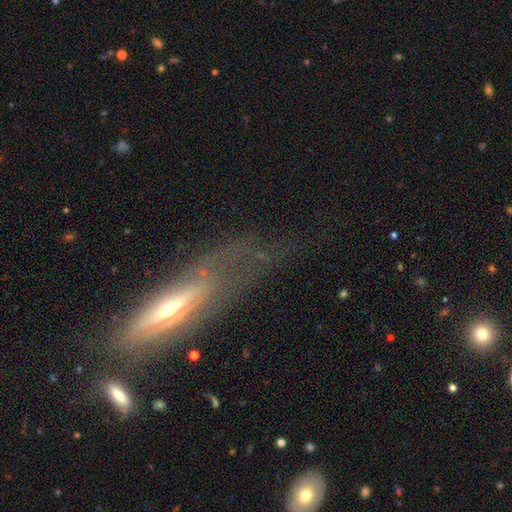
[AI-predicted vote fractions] A featured or disk galaxy (60%) viewed edge-on (57%). Merging: none (39%).